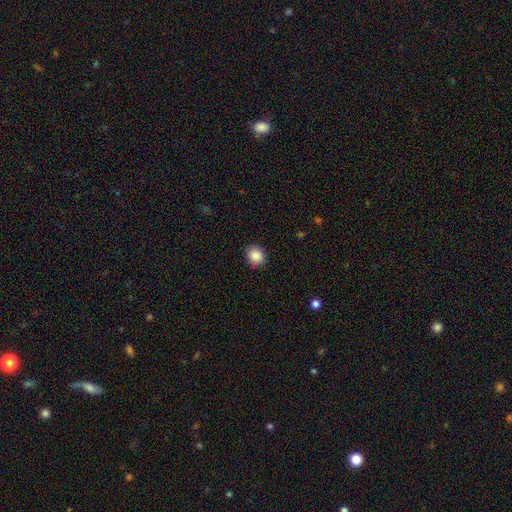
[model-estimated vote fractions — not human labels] This is clearly a smooth galaxy (88%). How rounded: likely round (77%). Merging: clearly none (88%).